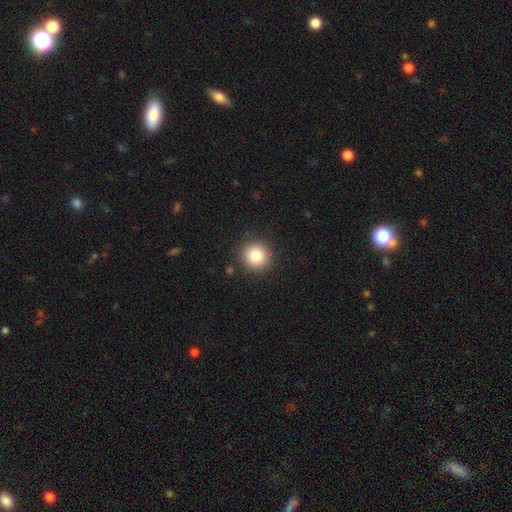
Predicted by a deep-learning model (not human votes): Smooth or featured? smooth (83%)
How rounded? round (92%)
Merging? none (90%)